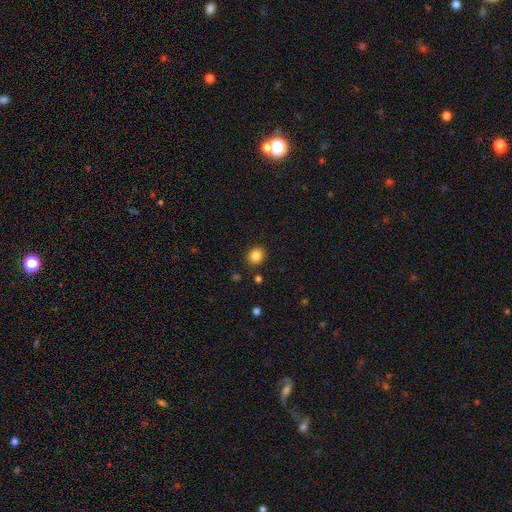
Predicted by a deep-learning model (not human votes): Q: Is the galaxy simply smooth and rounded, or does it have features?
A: smooth — 85%.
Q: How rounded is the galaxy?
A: round — 78%.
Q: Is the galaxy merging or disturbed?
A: none — 87%.